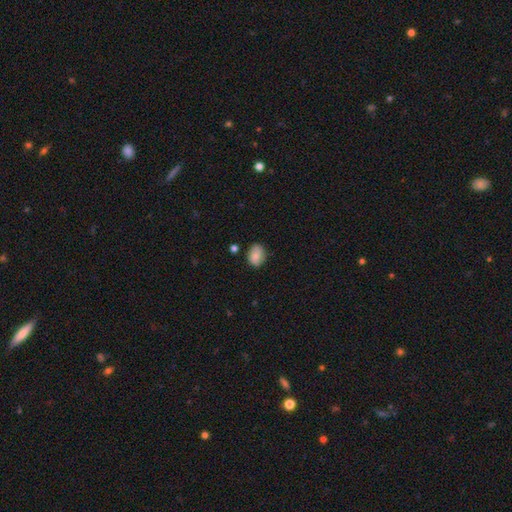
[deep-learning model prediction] Smooth or featured?
  - smooth: 79% *
  - featured or disk: 13%
  - star or artifact: 8%
How rounded?
  - in between: 64% *
  - round: 35%
  - cigar-shaped: 1%
Merging?
  - none: 74% *
  - minor disturbance: 19%
  - major disturbance: 4%
  - merger: 3%